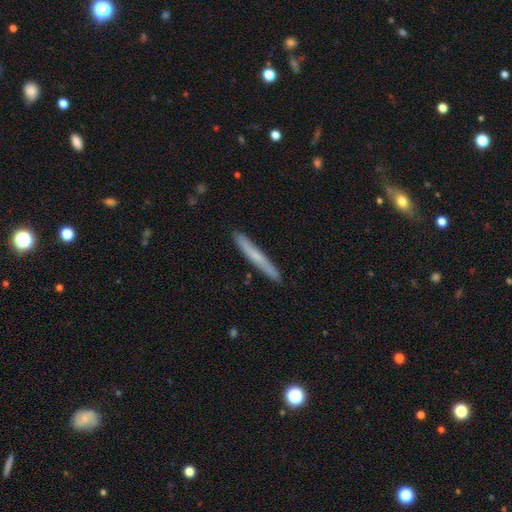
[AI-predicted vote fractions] Morphology: type=smooth (59%); roundness=cigar-shaped (96%); merging=none (89%).